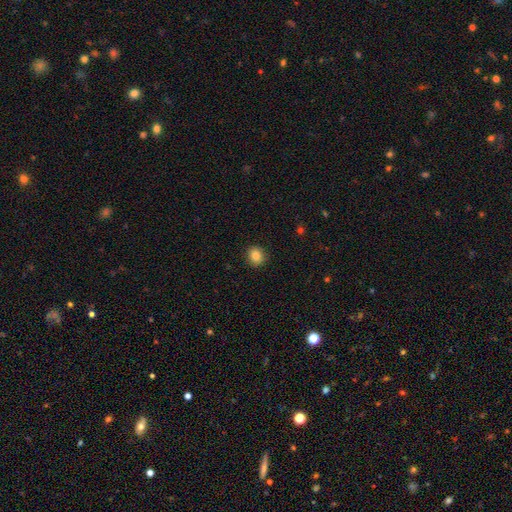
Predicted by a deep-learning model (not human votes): The model was most divided on "how rounded": round: 80%, in between: 19%, cigar-shaped: 1%. More confident: merging — none (91%); smooth or featured — smooth (84%).